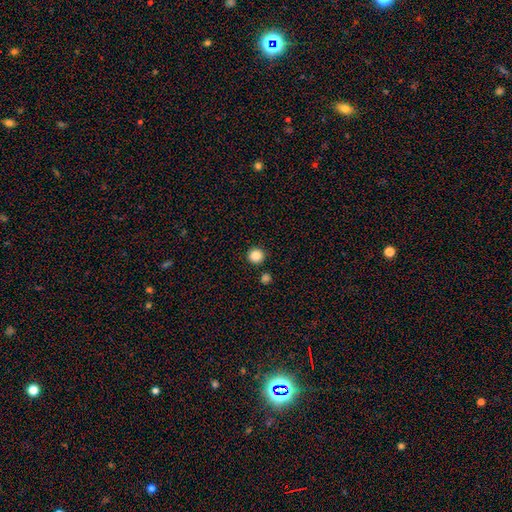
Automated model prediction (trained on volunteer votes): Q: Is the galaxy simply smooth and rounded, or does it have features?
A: smooth — 86%.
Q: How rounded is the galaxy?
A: round — 95%.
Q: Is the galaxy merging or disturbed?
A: none — 90%.